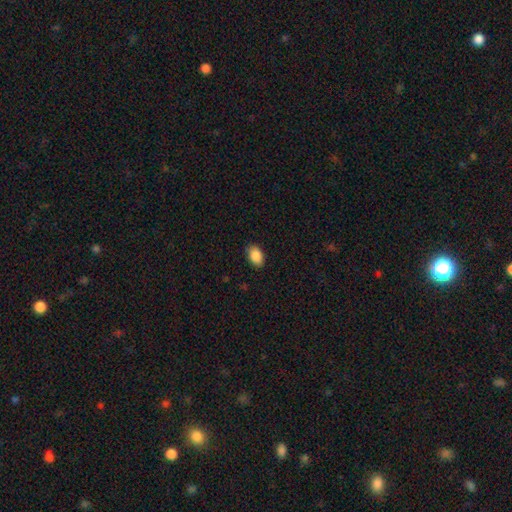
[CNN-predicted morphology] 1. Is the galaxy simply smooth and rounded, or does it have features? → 88% smooth, 7% star or artifact, 4% featured or disk.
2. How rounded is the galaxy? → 88% in between, 11% round, 1% cigar-shaped.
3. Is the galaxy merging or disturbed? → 87% none, 10% minor disturbance, 2% major disturbance, 1% merger.